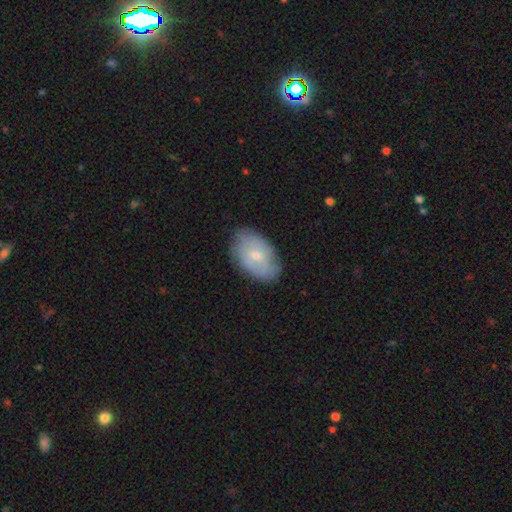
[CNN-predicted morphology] This is possibly a smooth galaxy (53%). How rounded: clearly in between (89%). Merging: likely none (77%).